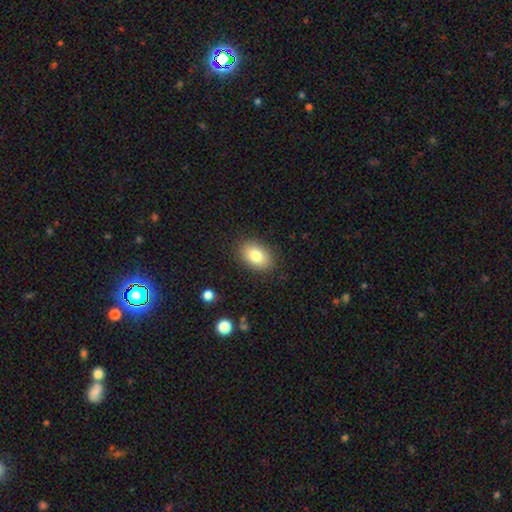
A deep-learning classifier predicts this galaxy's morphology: This is clearly a smooth galaxy (82%). How rounded: clearly in between (86%). Merging: clearly none (87%).